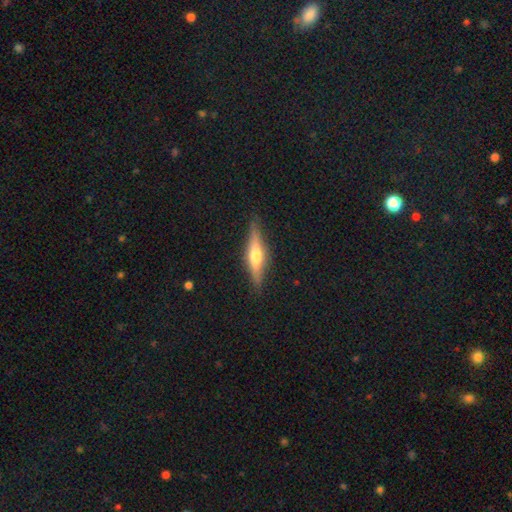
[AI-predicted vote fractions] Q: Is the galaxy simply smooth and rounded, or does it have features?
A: featured or disk — 59%.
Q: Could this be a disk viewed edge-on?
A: yes — 95%.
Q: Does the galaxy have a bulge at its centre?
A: rounded — 87%.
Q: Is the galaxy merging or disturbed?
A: none — 87%.